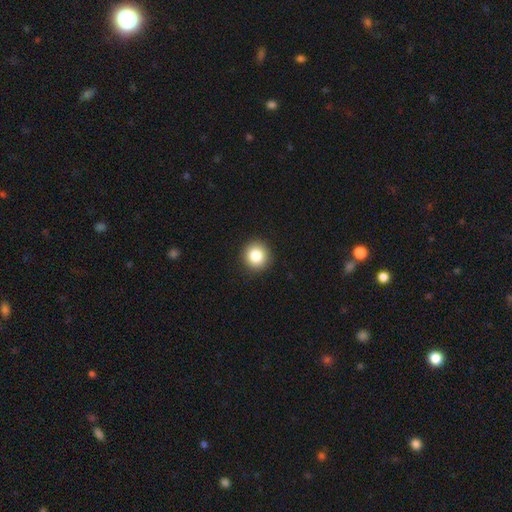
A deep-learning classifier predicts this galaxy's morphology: Q: Smooth or featured?
A: smooth (84%); runner-up: star or artifact (10%)
Q: How rounded?
A: round (93%); runner-up: in between (6%)
Q: Merging?
A: none (92%); runner-up: minor disturbance (5%)